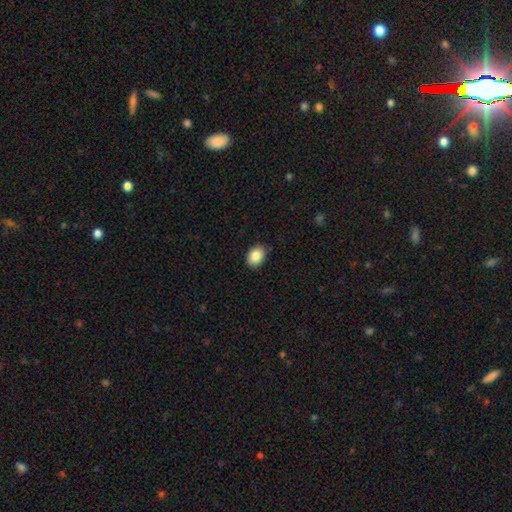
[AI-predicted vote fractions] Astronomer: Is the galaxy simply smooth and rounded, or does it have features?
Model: smooth — 86%.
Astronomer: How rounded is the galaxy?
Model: in between — 72%.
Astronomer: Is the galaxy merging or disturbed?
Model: none — 88%.